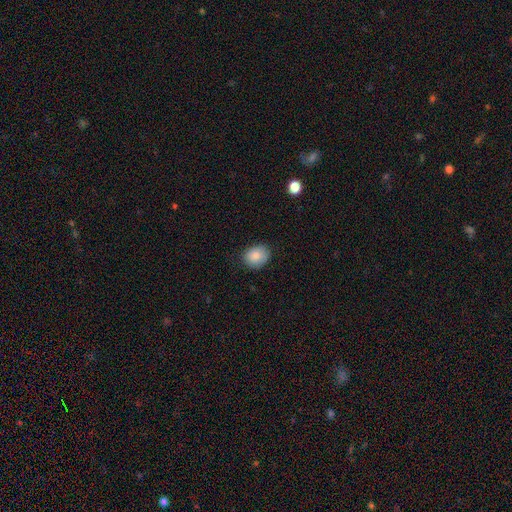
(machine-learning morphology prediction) smooth_or_featured: smooth (p=0.85) [alt: star or artifact p=0.08]
how_rounded: round (p=0.52) [alt: in between p=0.47]
merging: none (p=0.80) [alt: minor disturbance p=0.16]